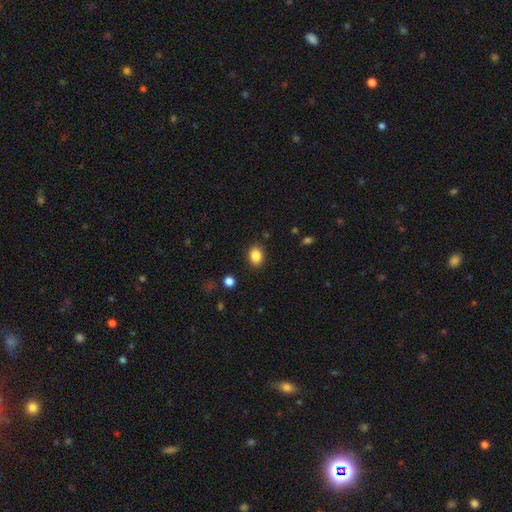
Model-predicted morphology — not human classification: Smooth or featured?
  - smooth: 86% *
  - star or artifact: 9%
  - featured or disk: 5%
How rounded?
  - in between: 52% *
  - round: 47%
  - cigar-shaped: 1%
Merging?
  - none: 86% *
  - minor disturbance: 10%
  - major disturbance: 3%
  - merger: 2%